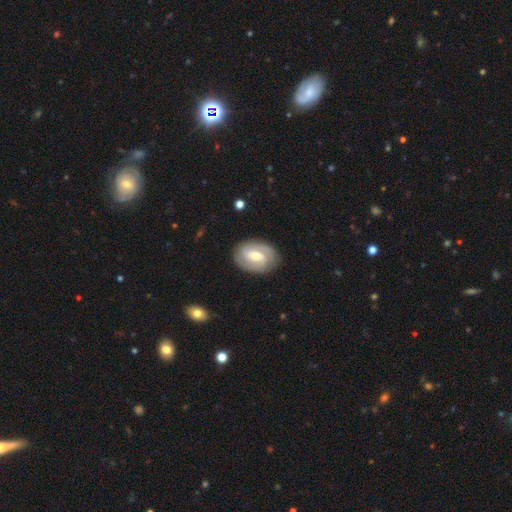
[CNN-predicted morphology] Smooth or featured? featured or disk (80%)
Edge-on disk? no (97%)
Bar? weak (50%)
Spiral arms? yes (91%)
Spiral winding? tight (54%)
Spiral arm count? 2 (74%)
Bulge size? moderate (58%)
Merging? none (84%)